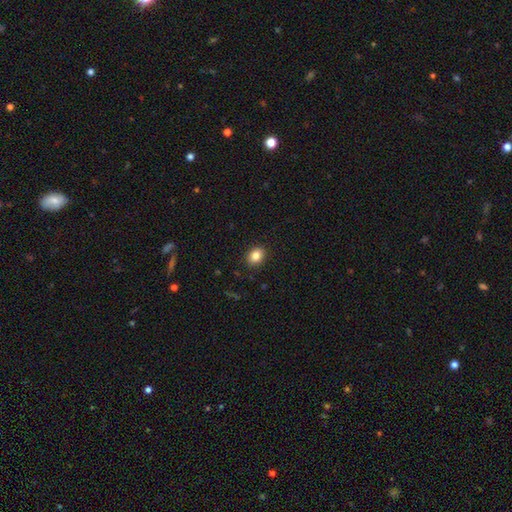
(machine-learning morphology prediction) Overall: smooth (83%). How rounded: in between (56%; round 43%). Merging: none (90%).